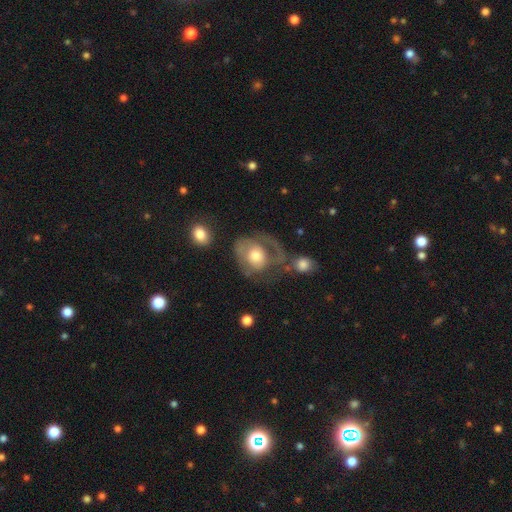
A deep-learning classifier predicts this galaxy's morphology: Smooth or featured? featured or disk (56%)
Edge-on disk? no (96%)
Bar? no (76%)
Spiral arms? yes (59%)
Bulge size? moderate (62%)
Merging? major disturbance (40%)